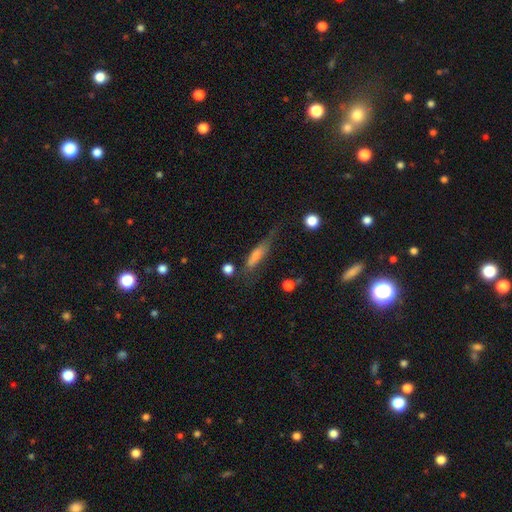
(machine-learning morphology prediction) Q: Smooth or featured?
A: smooth (55%); runner-up: featured or disk (35%)
Q: How rounded?
A: cigar-shaped (73%); runner-up: in between (24%)
Q: Merging?
A: none (54%); runner-up: minor disturbance (27%)